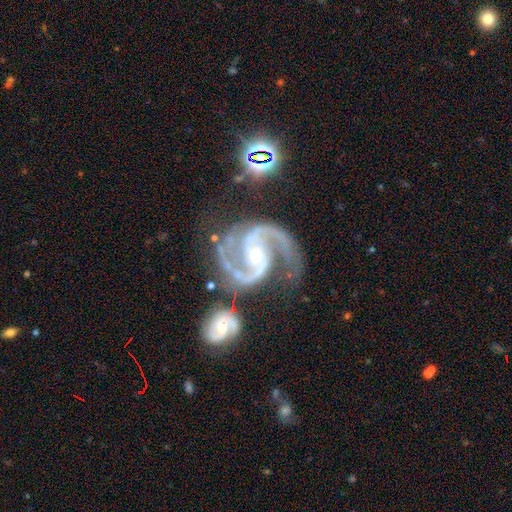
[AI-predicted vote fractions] Smooth or featured: featured or disk — 94% (star or artifact — 5%)
Edge-on disk: no — 98% (yes — 2%)
Bar: no — 39% (weak — 34%)
Spiral arms: yes — 99% (no — 1%)
Spiral winding: medium — 68% (tight — 17%)
Spiral arm count: 2 — 90% (3 — 4%)
Bulge size: small — 63% (moderate — 34%)
Merging: none — 55% (minor disturbance — 20%)